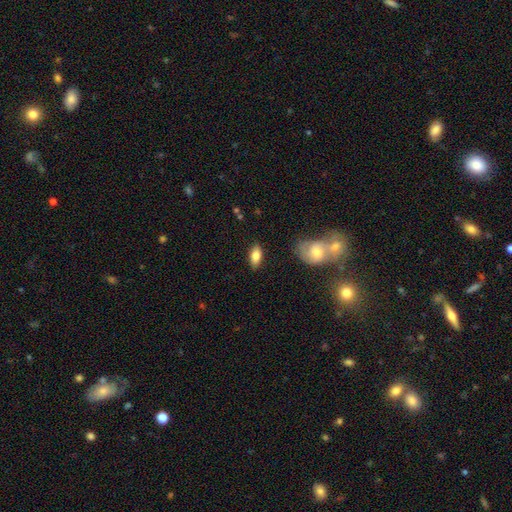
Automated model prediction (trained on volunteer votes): smooth 79%, featured or disk 15%, star or artifact 7%. Down the decision tree: how rounded — in between (88%); merging — none (84%).